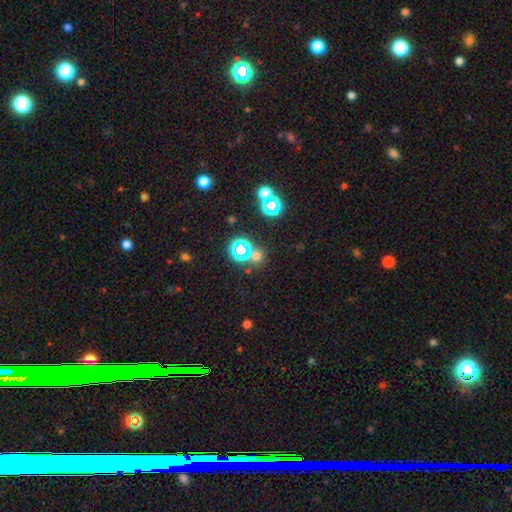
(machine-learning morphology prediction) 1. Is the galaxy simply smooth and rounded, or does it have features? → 47% smooth, 46% star or artifact, 7% featured or disk.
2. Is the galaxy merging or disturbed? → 69% none, 18% merger, 8% minor disturbance, 4% major disturbance.